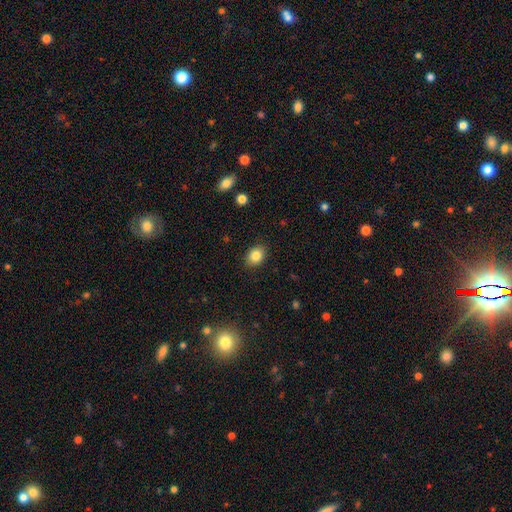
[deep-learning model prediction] This appears to be a smooth galaxy with no disk features (85%) that is in between round and cigar-shaped (55%). Merging: none (86%).